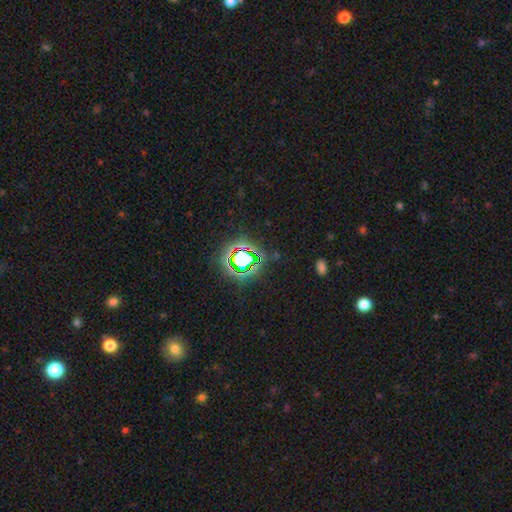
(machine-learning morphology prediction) Overall: star or artifact (79%).